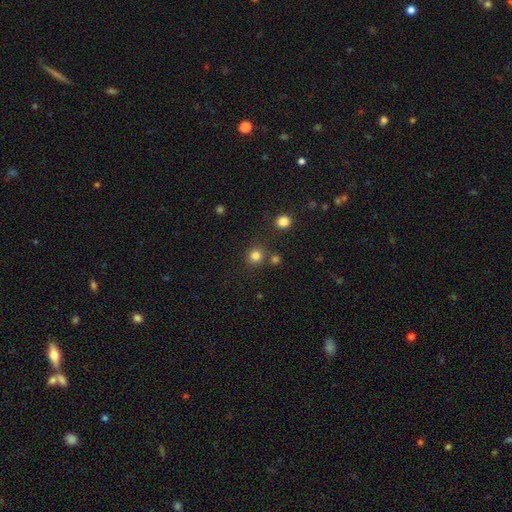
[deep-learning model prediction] Smooth or featured: smooth — 80% (star or artifact — 15%)
How rounded: round — 88% (in between — 11%)
Merging: none — 80% (merger — 9%)